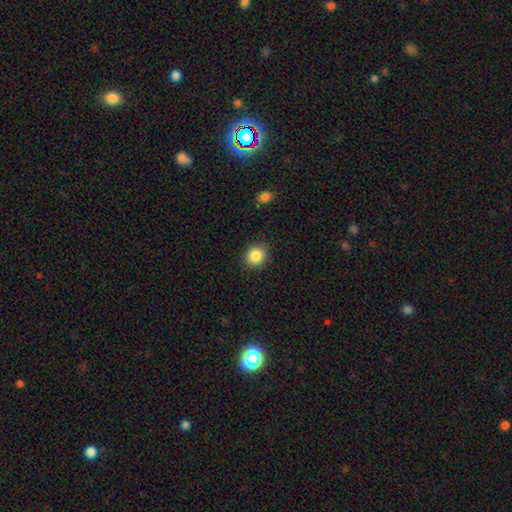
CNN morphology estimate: smooth-or-featured: smooth: 86% | star or artifact: 9% | featured or disk: 4%
  how-rounded: round: 78% | in between: 21% | cigar-shaped: 1%
  merging: none: 88% | minor disturbance: 8% | major disturbance: 2% | merger: 1%